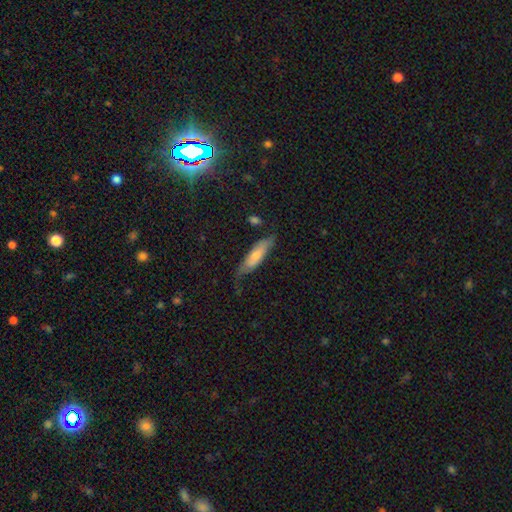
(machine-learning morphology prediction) A smooth galaxy with no disk features (64%) that is cigar-shaped (53%).

Vote fractions:
- Smooth or featured? smooth: 64% / featured or disk: 30% / star or artifact: 6%
- How rounded? cigar-shaped: 53% / in between: 45% / round: 2%
- Merging? none: 51% / minor disturbance: 32% / major disturbance: 14% / merger: 3%